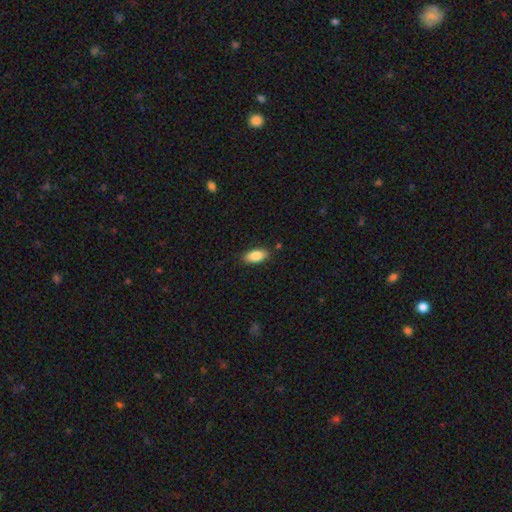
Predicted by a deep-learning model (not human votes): Morphology: type=smooth (85%); roundness=in between (88%); merging=none (85%).